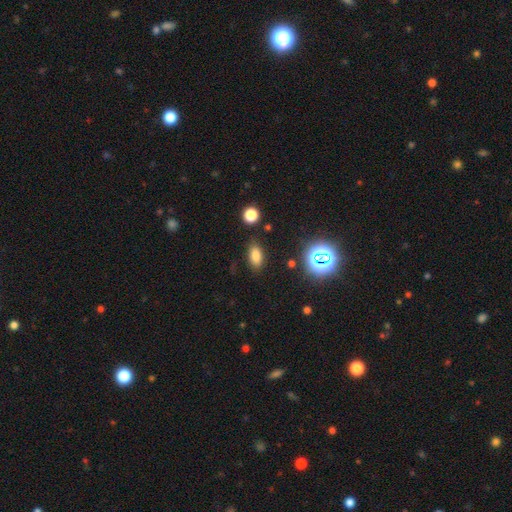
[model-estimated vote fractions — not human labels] Smooth or featured? smooth (76%)
How rounded? in between (84%)
Merging? none (84%)